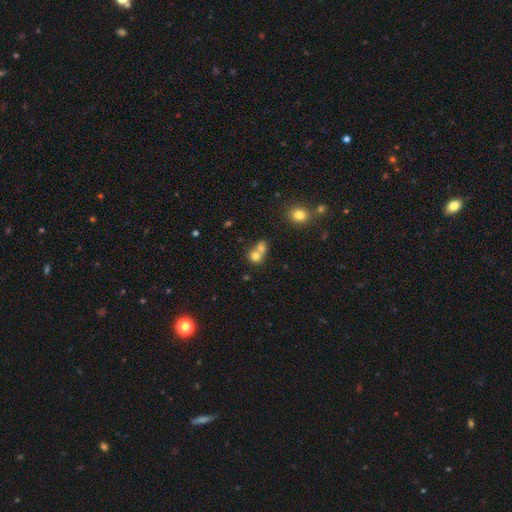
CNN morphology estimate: smooth 72%, featured or disk 15%, star or artifact 13%. Down the decision tree: how rounded — round (75%); merging — merger (60%).